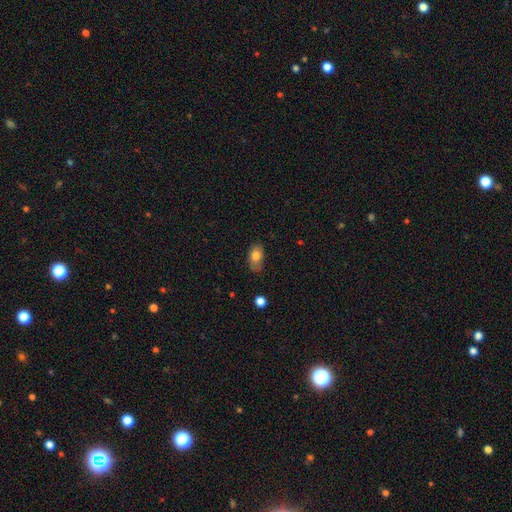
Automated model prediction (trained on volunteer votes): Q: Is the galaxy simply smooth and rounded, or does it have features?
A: smooth — 80%.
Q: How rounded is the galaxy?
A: in between — 89%.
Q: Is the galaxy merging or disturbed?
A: none — 72%.